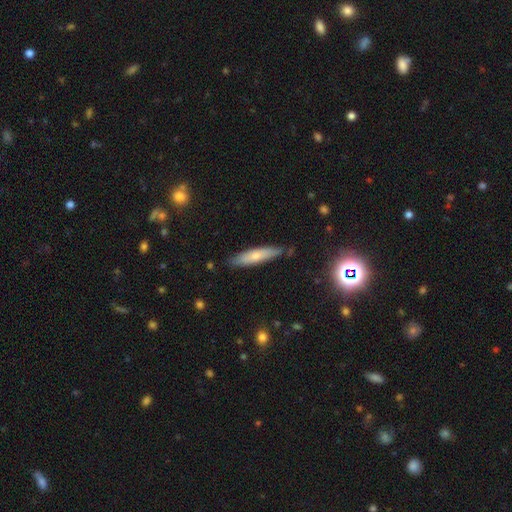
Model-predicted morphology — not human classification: Smooth or featured: smooth — 64% (featured or disk — 30%)
How rounded: cigar-shaped — 82% (in between — 17%)
Merging: none — 81% (minor disturbance — 14%)